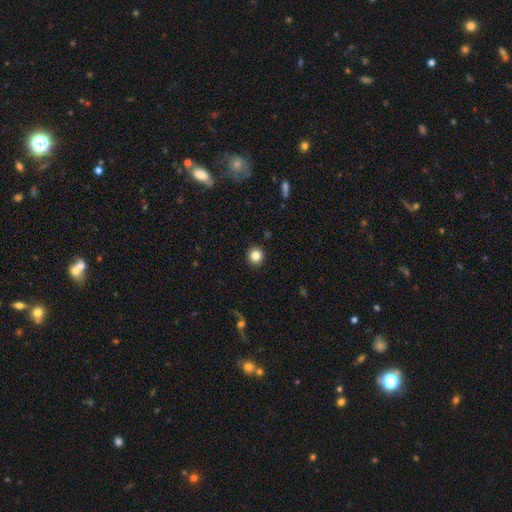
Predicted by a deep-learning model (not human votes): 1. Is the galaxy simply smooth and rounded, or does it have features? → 84% smooth, 11% star or artifact, 6% featured or disk.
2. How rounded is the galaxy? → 93% round, 7% in between, 1% cigar-shaped.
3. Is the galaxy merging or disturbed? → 93% none, 4% minor disturbance, 2% major disturbance, 1% merger.